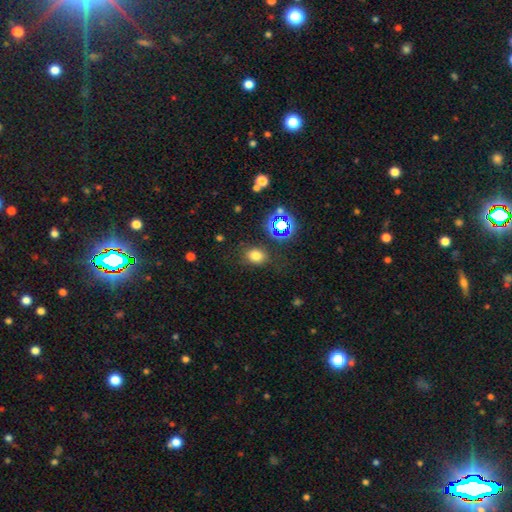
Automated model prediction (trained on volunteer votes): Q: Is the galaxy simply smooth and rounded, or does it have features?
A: smooth — 73%.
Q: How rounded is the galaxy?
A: in between — 57%.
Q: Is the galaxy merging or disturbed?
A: none — 79%.